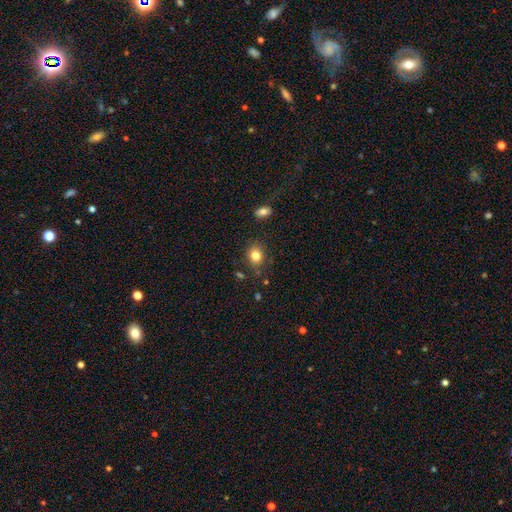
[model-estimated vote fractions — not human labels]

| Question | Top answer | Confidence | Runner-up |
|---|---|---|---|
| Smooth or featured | smooth | 82% | star or artifact (10%) |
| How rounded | round | 54% | in between (45%) |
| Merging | none | 77% | minor disturbance (16%) |